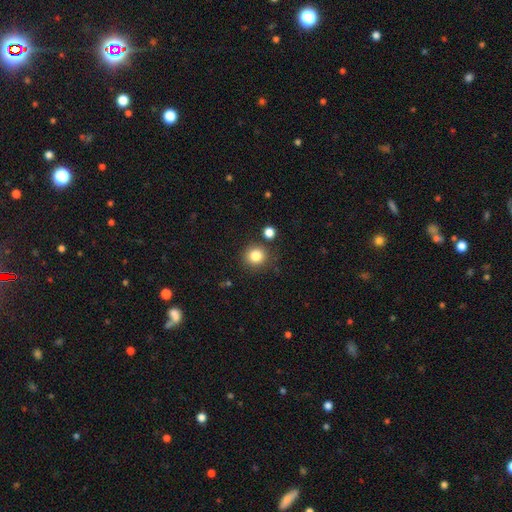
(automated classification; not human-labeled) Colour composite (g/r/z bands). It shows a smooth galaxy with no disk features (83%) that is round (91%). Merging: none (83%).